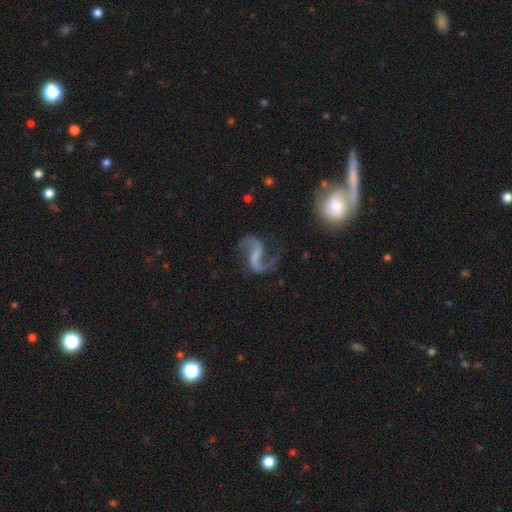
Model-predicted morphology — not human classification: Q: Smooth or featured?
A: featured or disk (90%); runner-up: star or artifact (5%)
Q: Edge-on disk?
A: no (98%); runner-up: yes (2%)
Q: Bar?
A: weak (46%); runner-up: strong (27%)
Q: Spiral arms?
A: yes (97%); runner-up: no (3%)
Q: Spiral winding?
A: loose (72%); runner-up: medium (24%)
Q: Spiral arm count?
A: 2 (92%); runner-up: 1 (4%)
Q: Bulge size?
A: none (50%); runner-up: small (31%)
Q: Merging?
A: none (71%); runner-up: minor disturbance (15%)